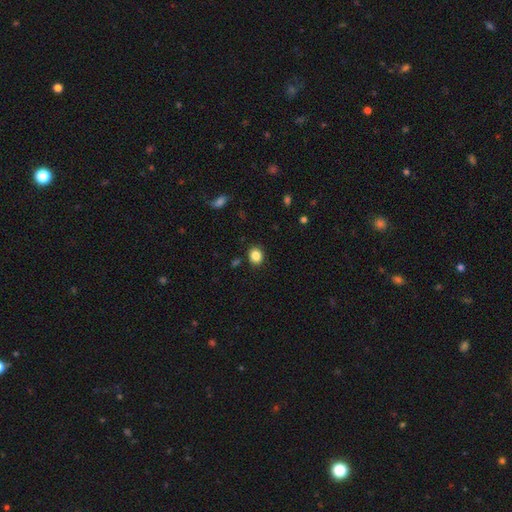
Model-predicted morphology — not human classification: This appears to be a smooth galaxy with no disk features (86%) that is round (67%). Merging: none (88%).